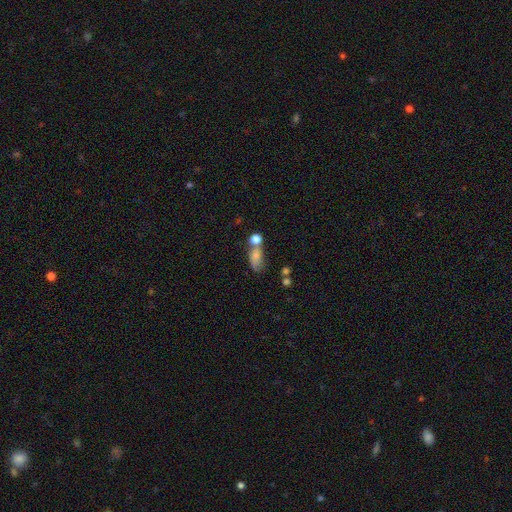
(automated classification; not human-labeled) Morphology: type=smooth (73%); roundness=in between (77%); merging=merger (39%).